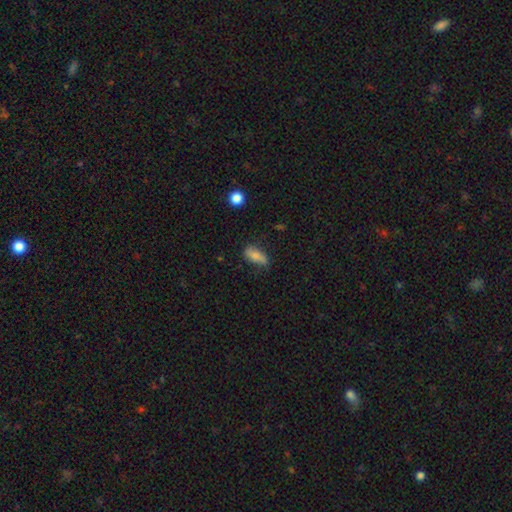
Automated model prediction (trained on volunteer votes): Overall: smooth (73%). How rounded: in between (79%). Merging: none (64%; minor disturbance 27%).